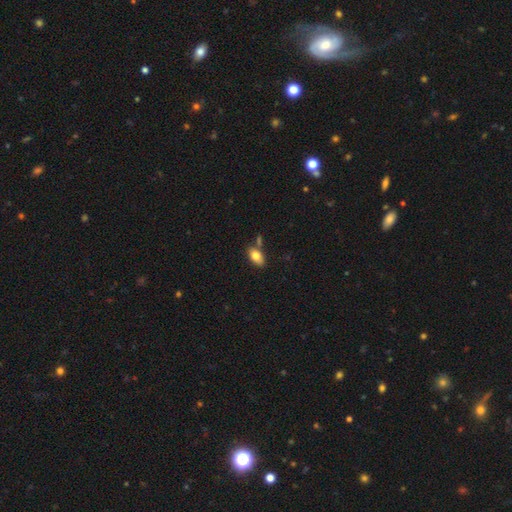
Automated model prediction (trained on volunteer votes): The model was most divided on "merging": none: 67%, minor disturbance: 15%, merger: 14%, major disturbance: 4%. More confident: how rounded — in between (91%); smooth or featured — smooth (78%).